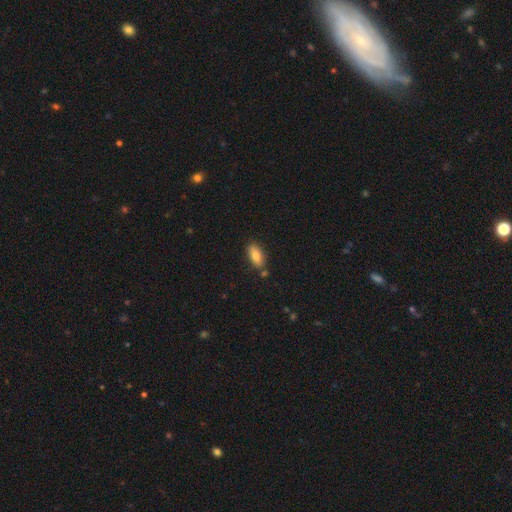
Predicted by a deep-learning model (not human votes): A smooth galaxy with no disk features (82%) that is in between round and cigar-shaped (86%).

Vote fractions:
- Smooth or featured? smooth: 82% / featured or disk: 10% / star or artifact: 7%
- How rounded? in between: 86% / cigar-shaped: 11% / round: 3%
- Merging? none: 77% / minor disturbance: 13% / merger: 7% / major disturbance: 3%